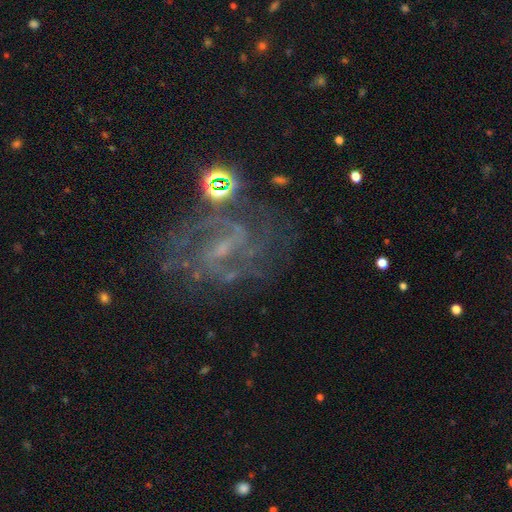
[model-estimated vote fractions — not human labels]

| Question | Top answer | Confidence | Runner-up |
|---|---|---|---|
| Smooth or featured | featured or disk | 74% | star or artifact (16%) |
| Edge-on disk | no | 97% | yes (3%) |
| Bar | weak | 52% | no (29%) |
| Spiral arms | yes | 82% | no (18%) |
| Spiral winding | medium | 45% | tight (31%) |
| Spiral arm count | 2 | 46% | can't tell (31%) |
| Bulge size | small | 66% | none (18%) |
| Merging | none | 61% | minor disturbance (16%) |